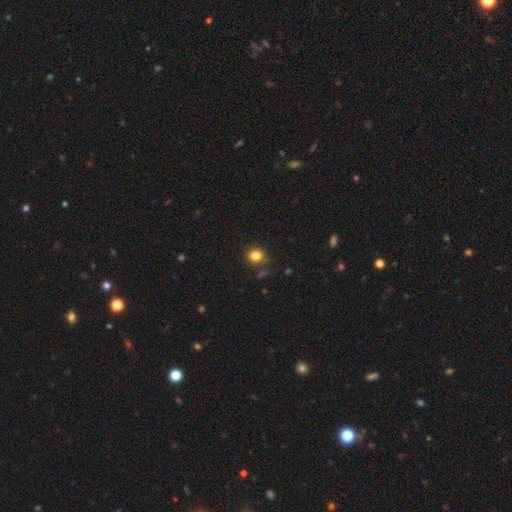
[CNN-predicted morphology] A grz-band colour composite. It shows a smooth galaxy with no disk features (83%) that is round (67%). Merging: none (79%).